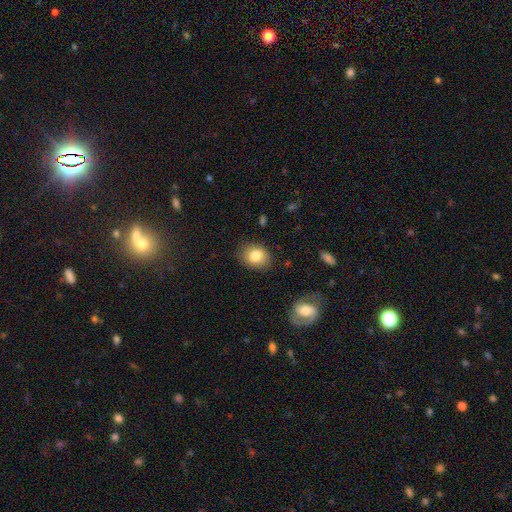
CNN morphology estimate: Smooth or featured? Predicted: smooth (p=0.81). How rounded? Predicted: in between (p=0.51). Merging? Predicted: none (p=0.84).